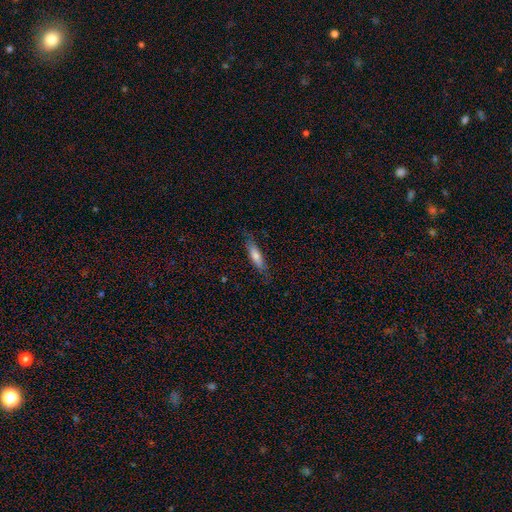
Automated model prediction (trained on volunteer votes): A smooth galaxy with no disk features (65%) that is cigar-shaped (72%). Merging: none (81%).